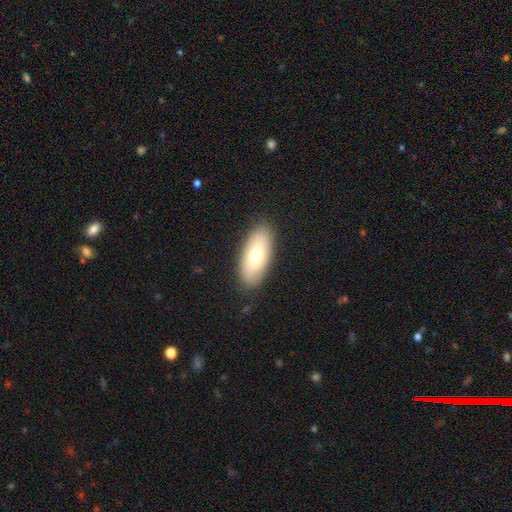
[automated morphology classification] This appears to be a smooth galaxy with no disk features (70%) that is in between round and cigar-shaped (87%). Merging: none (88%).